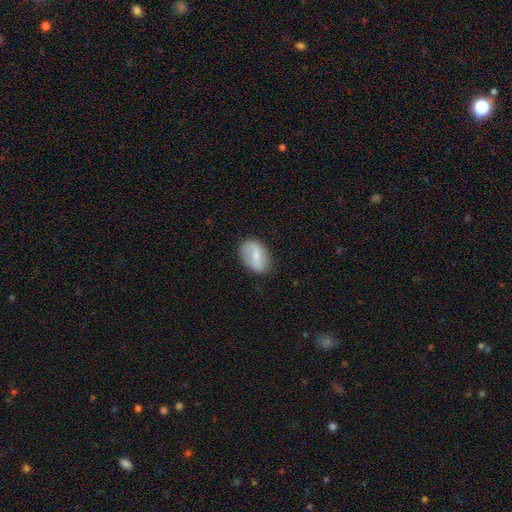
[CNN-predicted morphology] Overall: smooth (60%; featured or disk 33%). How rounded: in between (83%). Merging: none (76%).